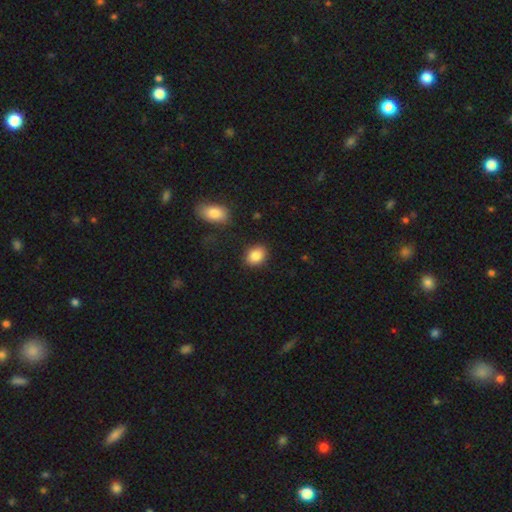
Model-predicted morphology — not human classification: The model was most divided on "how rounded": in between: 62%, round: 37%, cigar-shaped: 1%. More confident: merging — none (87%); smooth or featured — smooth (86%).